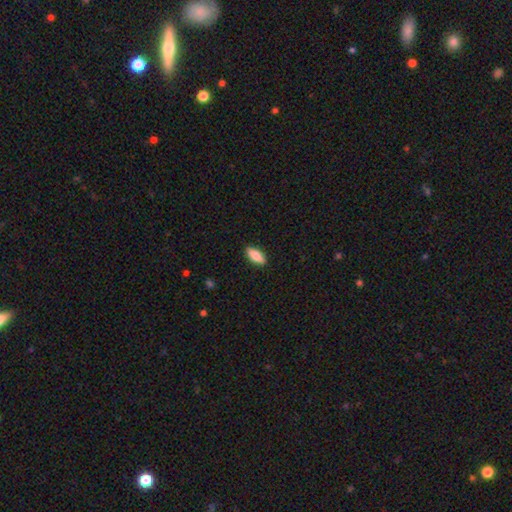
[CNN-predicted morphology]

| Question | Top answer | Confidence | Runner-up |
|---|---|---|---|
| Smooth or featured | smooth | 85% | featured or disk (9%) |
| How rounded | in between | 80% | cigar-shaped (18%) |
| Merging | none | 89% | minor disturbance (8%) |